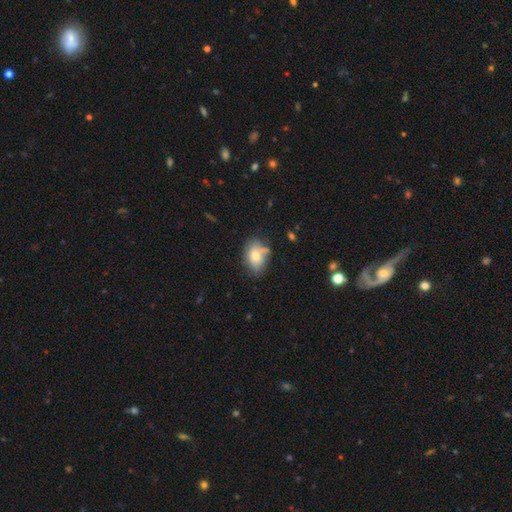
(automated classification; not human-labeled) Smooth or featured? smooth (71%)
How rounded? in between (80%)
Merging? none (53%)